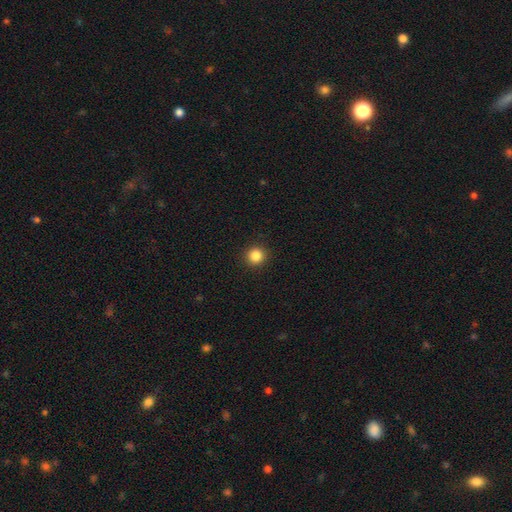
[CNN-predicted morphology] smooth_or_featured: smooth (p=0.84) [alt: star or artifact p=0.12]
how_rounded: round (p=0.94) [alt: in between p=0.05]
merging: none (p=0.93) [alt: minor disturbance p=0.05]